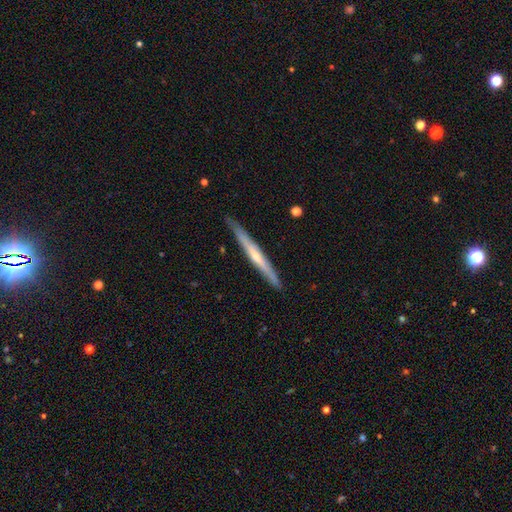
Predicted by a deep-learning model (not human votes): smooth_or_featured: featured or disk (p=0.63) [alt: smooth p=0.31]
disk_edge_on: yes (p=0.96) [alt: no p=0.04]
edge_on_bulge: rounded (p=0.51) [alt: none p=0.45]
merging: none (p=0.89) [alt: minor disturbance p=0.09]